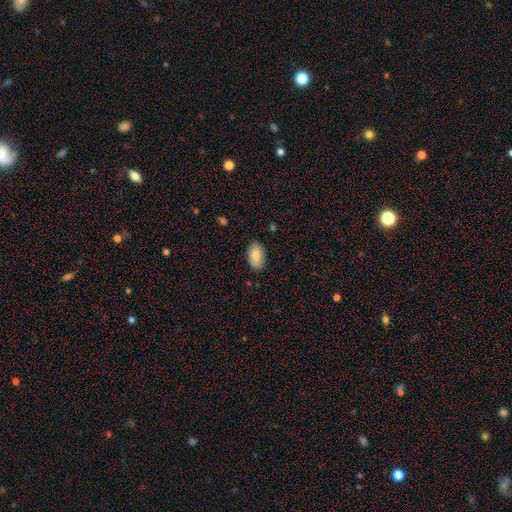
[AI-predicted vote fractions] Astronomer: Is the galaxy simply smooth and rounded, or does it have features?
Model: smooth — 84%.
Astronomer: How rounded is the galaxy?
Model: in between — 94%.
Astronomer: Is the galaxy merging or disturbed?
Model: none — 85%.